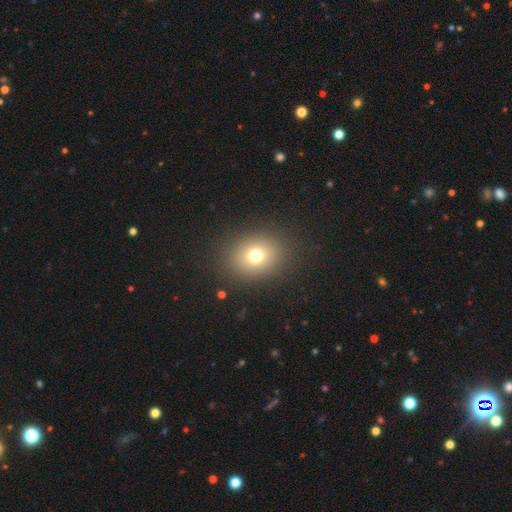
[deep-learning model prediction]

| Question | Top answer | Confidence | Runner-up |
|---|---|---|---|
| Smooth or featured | smooth | 73% | star or artifact (16%) |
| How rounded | round | 57% | in between (42%) |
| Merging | none | 87% | minor disturbance (7%) |